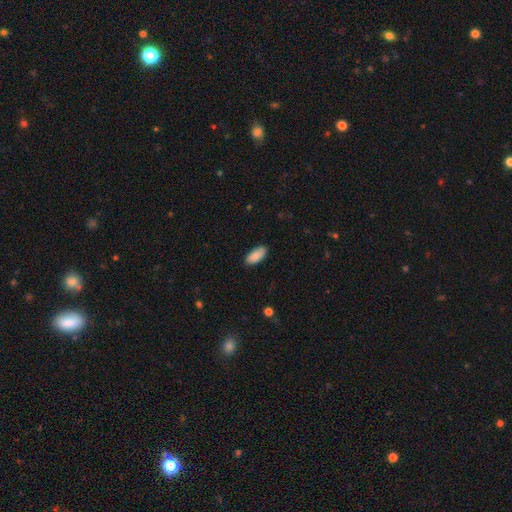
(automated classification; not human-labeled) The model was most divided on "merging": none: 85%, minor disturbance: 12%, major disturbance: 2%, merger: 1%. More confident: how rounded — in between (89%); smooth or featured — smooth (88%).